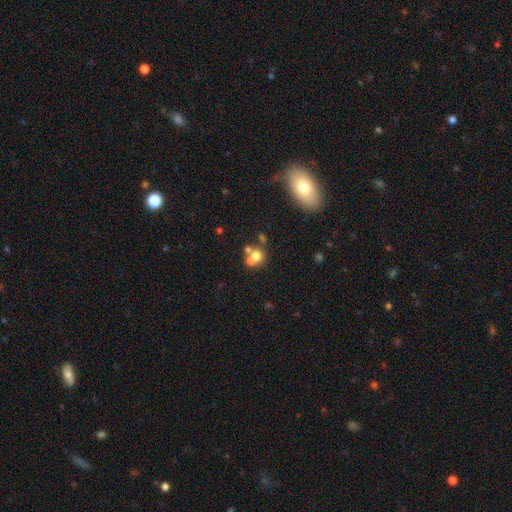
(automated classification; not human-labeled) Morphology: type=smooth (65%); roundness=round (79%); merging=merger (50%).